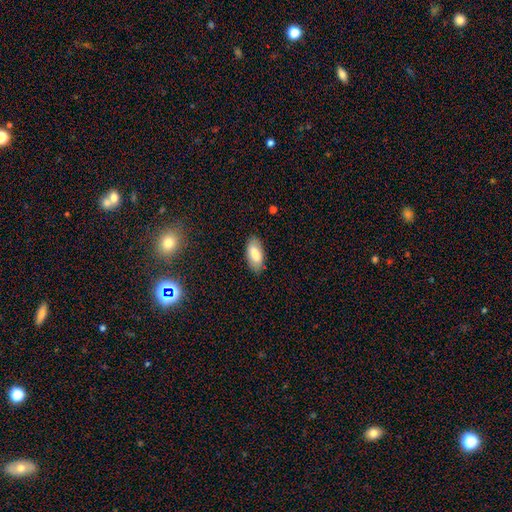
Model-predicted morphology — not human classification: The model was most divided on "smooth or featured": smooth: 79%, featured or disk: 14%, star or artifact: 7%. More confident: how rounded — in between (93%); merging — none (86%).